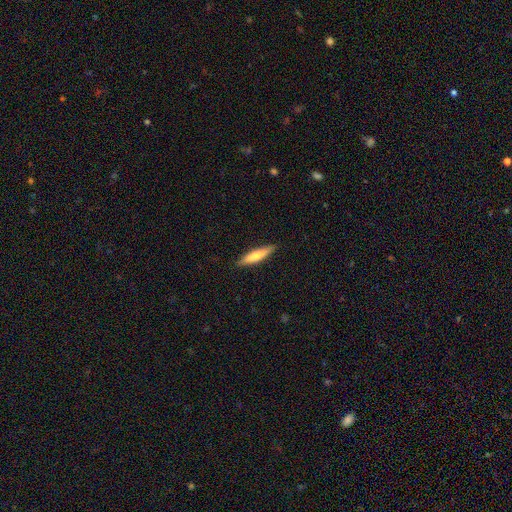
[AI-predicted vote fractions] This appears to be a smooth galaxy with no disk features (65%) that is cigar-shaped (82%). Merging: none (89%).